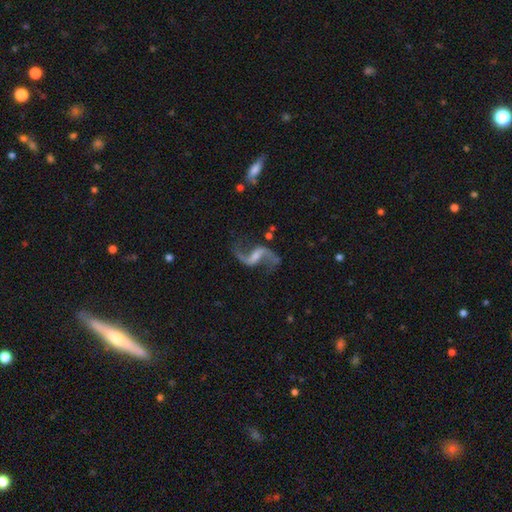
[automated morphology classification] This is clearly a featured or disk galaxy (91%). It is clearly not viewed edge-on (97%). Bar: possibly weak (47%). Spiral arm pattern: clearly yes (97%). Spiral arm count: clearly 2 (94%). Spiral winding: clearly loose (86%). Central bulge: marginally small (44%). Merging: likely none (75%).